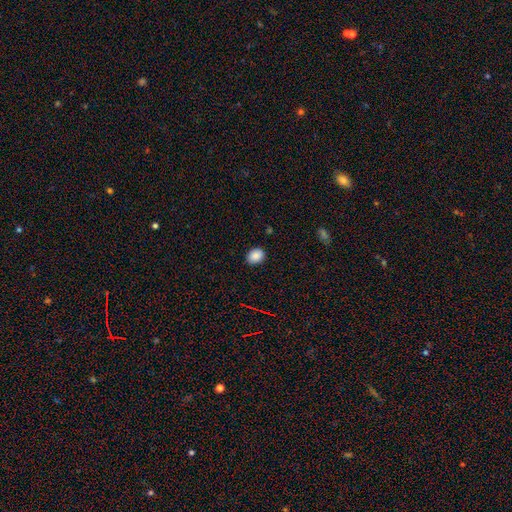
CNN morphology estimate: Smooth or featured? Predicted: smooth (p=0.87). How rounded? Predicted: in between (p=0.55). Merging? Predicted: none (p=0.89).